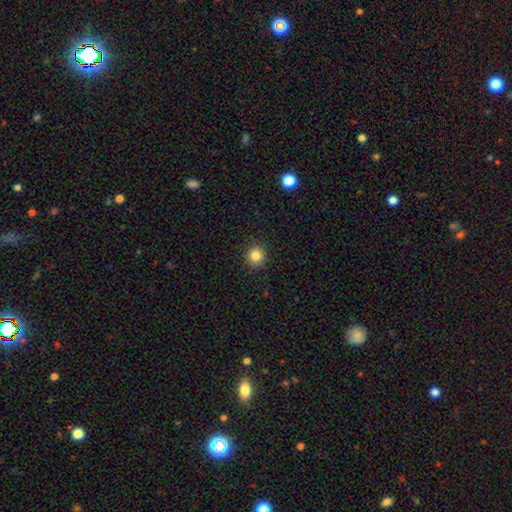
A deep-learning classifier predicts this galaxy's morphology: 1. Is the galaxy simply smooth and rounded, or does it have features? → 84% smooth, 11% star or artifact, 5% featured or disk.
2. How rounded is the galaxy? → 93% round, 7% in between, 1% cigar-shaped.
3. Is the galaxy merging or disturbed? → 92% none, 5% minor disturbance, 2% major disturbance, 1% merger.